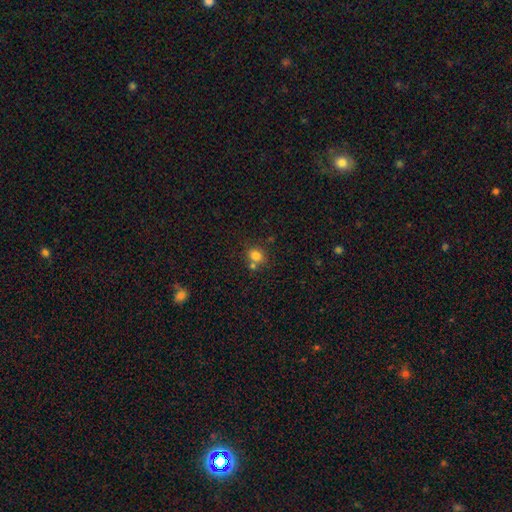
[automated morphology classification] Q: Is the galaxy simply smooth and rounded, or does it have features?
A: smooth — 80%.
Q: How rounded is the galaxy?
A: round — 69%.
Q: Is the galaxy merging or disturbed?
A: none — 61%.